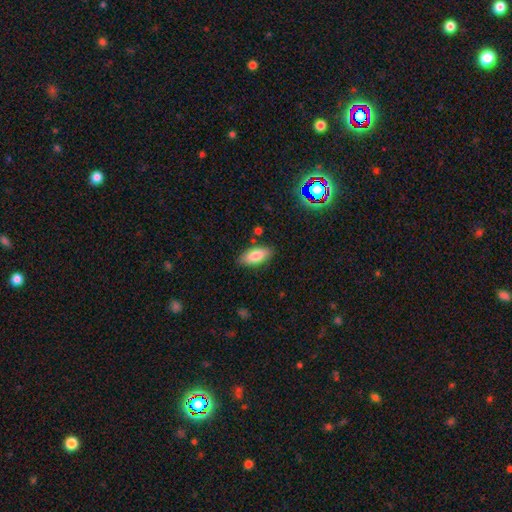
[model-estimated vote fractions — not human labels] smooth_or_featured: smooth (p=0.82) [alt: featured or disk p=0.10]
how_rounded: in between (p=0.86) [alt: cigar-shaped p=0.11]
merging: none (p=0.83) [alt: minor disturbance p=0.12]